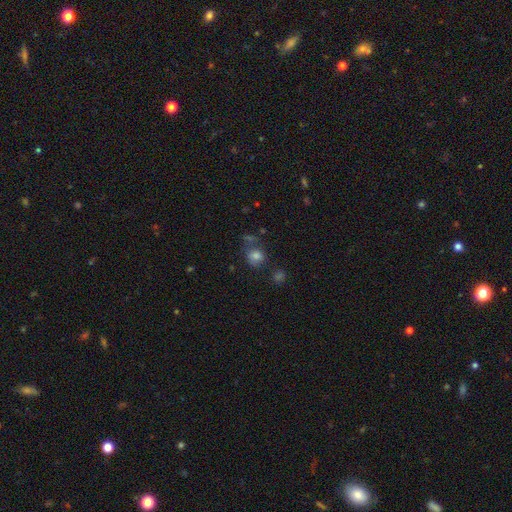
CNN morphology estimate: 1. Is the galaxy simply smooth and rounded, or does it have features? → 76% smooth, 15% star or artifact, 10% featured or disk.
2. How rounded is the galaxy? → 67% round, 32% in between, 1% cigar-shaped.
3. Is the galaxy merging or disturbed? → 57% none, 20% minor disturbance, 13% merger, 10% major disturbance.